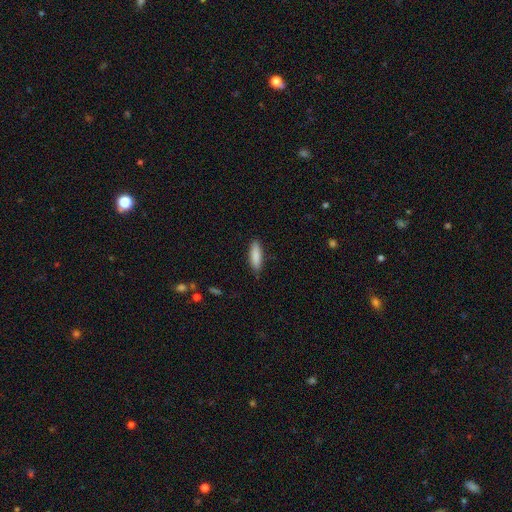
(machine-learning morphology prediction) Smooth or featured: smooth — 87% (featured or disk — 7%)
How rounded: cigar-shaped — 51% (in between — 47%)
Merging: none — 86% (minor disturbance — 10%)